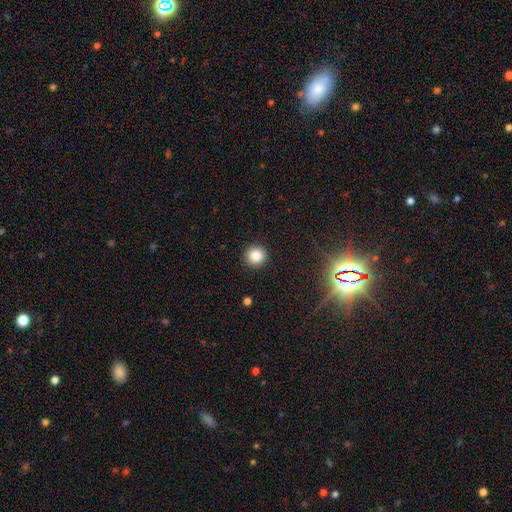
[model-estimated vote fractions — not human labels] This is clearly a smooth galaxy (85%). How rounded: clearly round (94%). Merging: clearly none (92%).